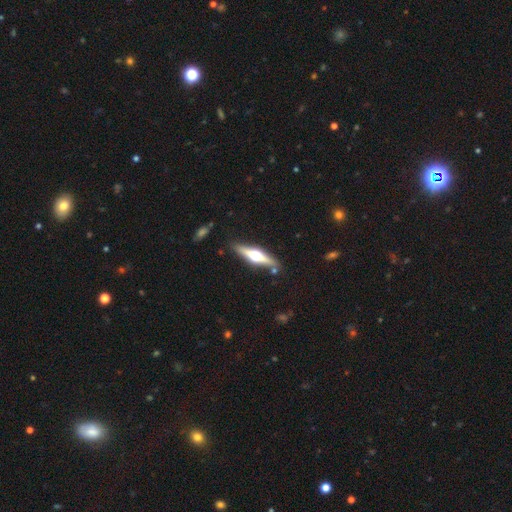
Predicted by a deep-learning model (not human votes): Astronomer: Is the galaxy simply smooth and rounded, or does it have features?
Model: featured or disk — 70%.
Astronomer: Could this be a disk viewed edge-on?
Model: yes — 97%.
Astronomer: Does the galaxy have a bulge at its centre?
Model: rounded — 95%.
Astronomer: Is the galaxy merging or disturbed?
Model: none — 85%.